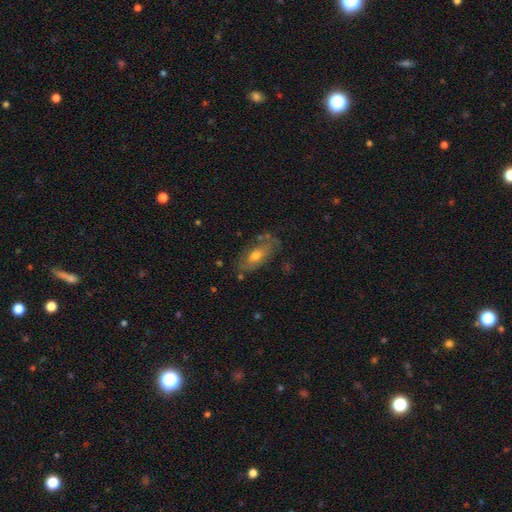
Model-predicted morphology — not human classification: Smooth or featured? smooth (49%)
Merging? none (67%)